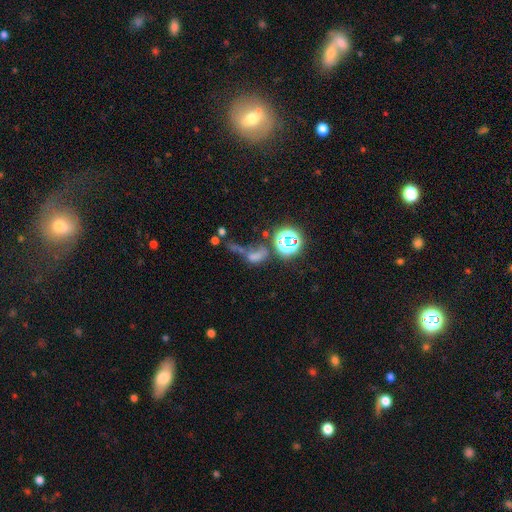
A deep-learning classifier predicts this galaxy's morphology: This is marginally a smooth galaxy (42%). Merging: marginally merger (35%).